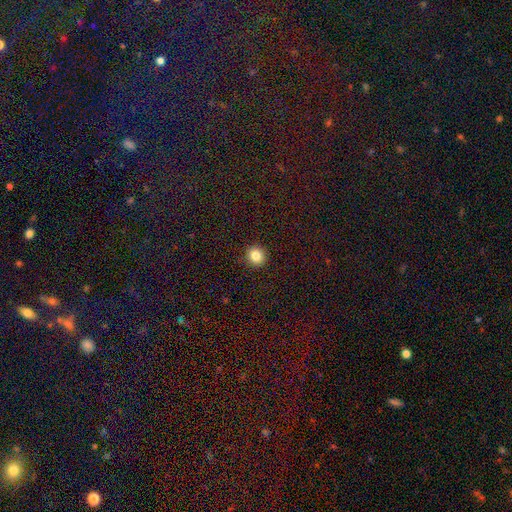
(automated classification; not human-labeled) Morphology: type=smooth (84%); roundness=round (91%); merging=none (92%).